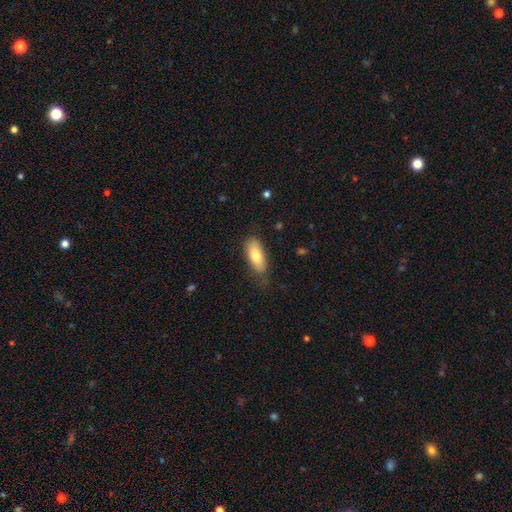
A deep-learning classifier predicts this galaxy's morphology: This appears to be a smooth galaxy with no disk features (78%) that is in between round and cigar-shaped (78%). Merging: none (75%).